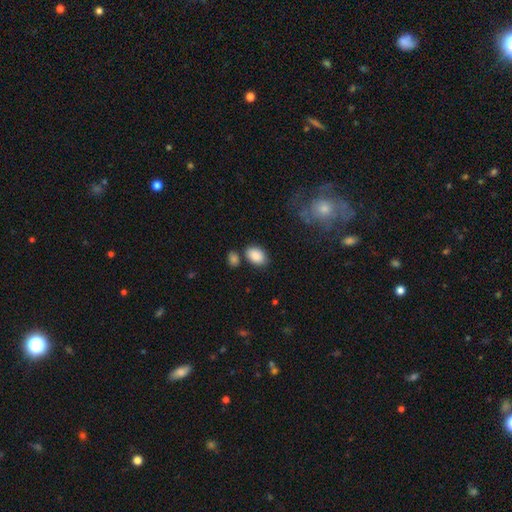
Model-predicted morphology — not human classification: Overall: smooth (88%). How rounded: in between (88%). Merging: none (74%).